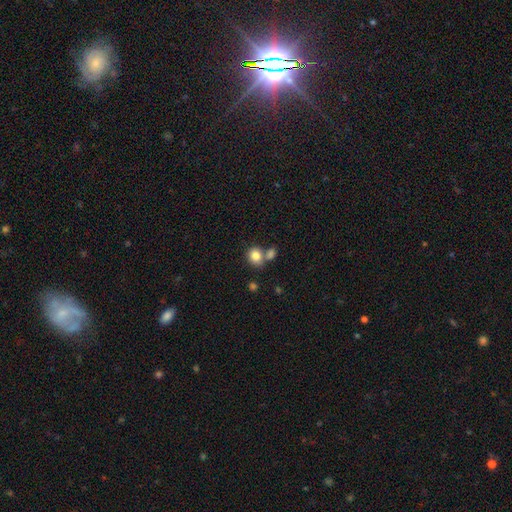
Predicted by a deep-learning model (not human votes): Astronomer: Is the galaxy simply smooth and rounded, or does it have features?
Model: smooth — 82%.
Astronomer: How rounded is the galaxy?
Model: round — 69%.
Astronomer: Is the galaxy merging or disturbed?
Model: none — 54% (runner-up: merger, 32%).